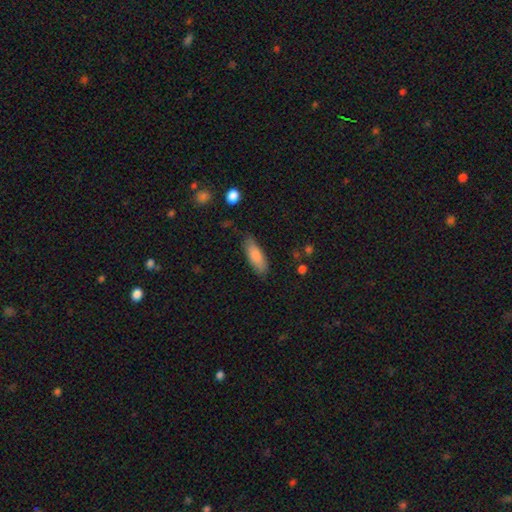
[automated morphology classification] A smooth galaxy with no disk features (85%) that is in between round and cigar-shaped (65%). Merging: none (79%).